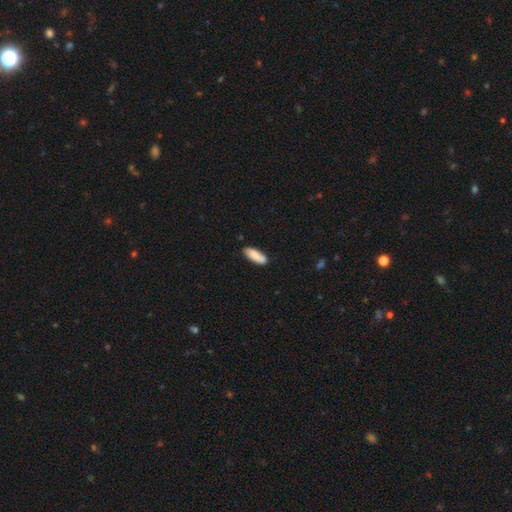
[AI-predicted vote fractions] Morphology: type=smooth (82%); roundness=in between (67%); merging=none (77%).